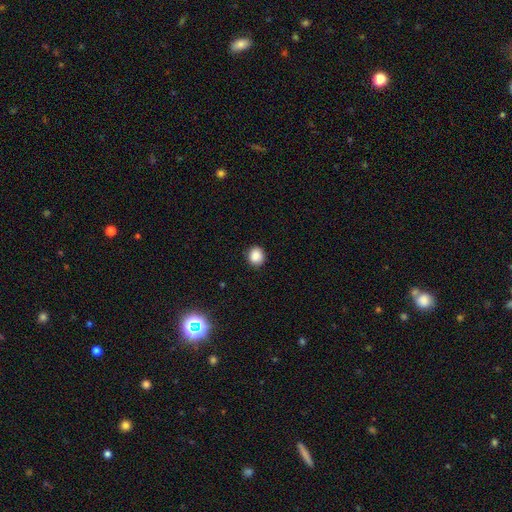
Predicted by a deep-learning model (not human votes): A smooth galaxy with no disk features (87%) that is round (75%).

Vote fractions:
- Smooth or featured? smooth: 87% / star or artifact: 9% / featured or disk: 3%
- How rounded? round: 75% / in between: 24% / cigar-shaped: 1%
- Merging? none: 88% / minor disturbance: 9% / major disturbance: 2% / merger: 1%